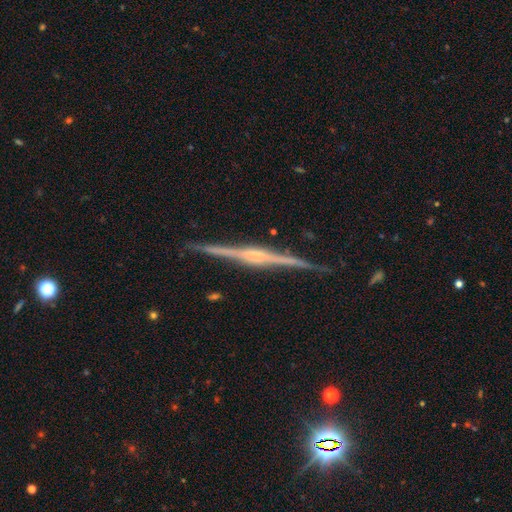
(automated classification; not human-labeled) Q: Smooth or featured?
A: featured or disk (87%); runner-up: smooth (7%)
Q: Edge-on disk?
A: yes (99%); runner-up: no (1%)
Q: Edge-on bulge?
A: rounded (65%); runner-up: boxy (22%)
Q: Merging?
A: none (90%); runner-up: minor disturbance (7%)